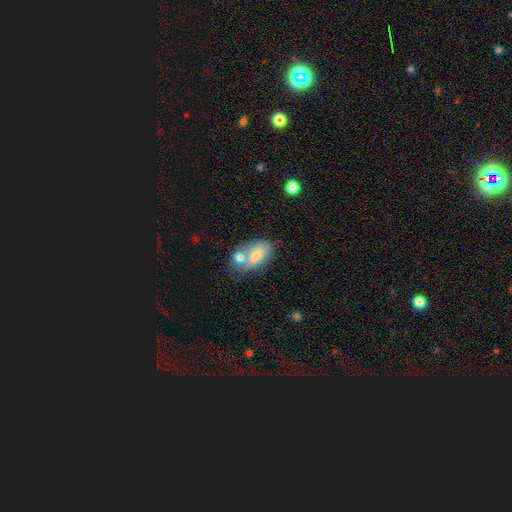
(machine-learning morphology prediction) Q: Smooth or featured?
A: smooth (65%); runner-up: featured or disk (28%)
Q: How rounded?
A: in between (88%); runner-up: round (9%)
Q: Merging?
A: merger (47%); runner-up: none (33%)